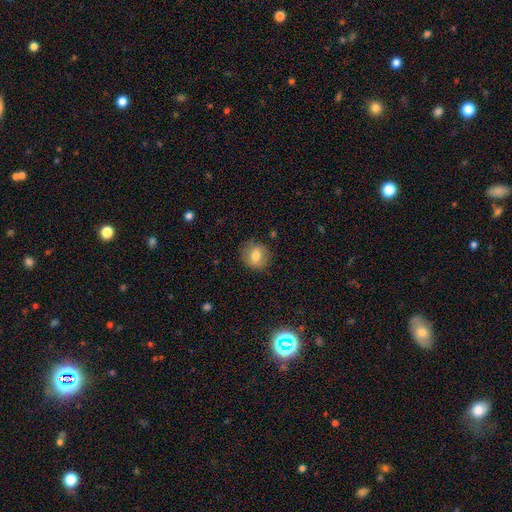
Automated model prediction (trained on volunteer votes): Q: Smooth or featured?
A: smooth (75%); runner-up: featured or disk (16%)
Q: How rounded?
A: round (75%); runner-up: in between (24%)
Q: Merging?
A: none (82%); runner-up: minor disturbance (13%)